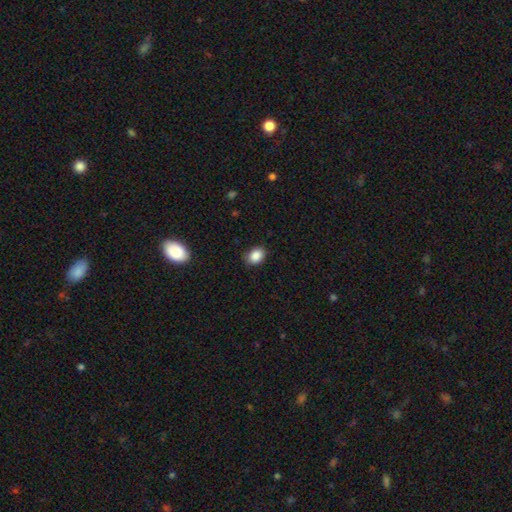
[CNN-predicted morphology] smooth-or-featured: smooth: 88% | star or artifact: 9% | featured or disk: 4%
  how-rounded: in between: 63% | round: 36% | cigar-shaped: 1%
  merging: none: 82% | minor disturbance: 14% | major disturbance: 3% | merger: 1%